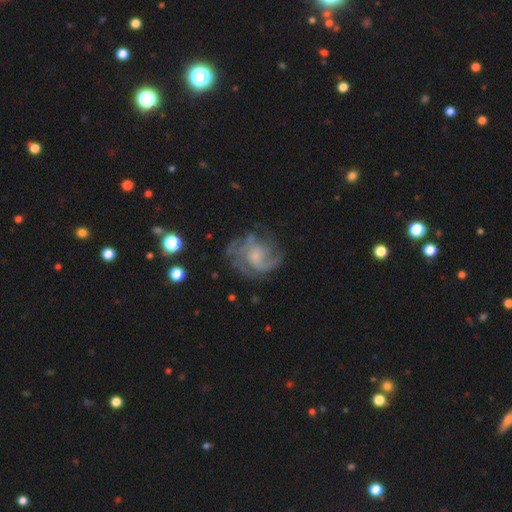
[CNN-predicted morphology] This is likely a featured or disk galaxy (79%). It is clearly not viewed edge-on (98%). Bar: likely no (67%). Spiral arm pattern: clearly yes (92%). Spiral arm count: marginally can't tell (31%). Spiral winding: marginally medium (44%). Central bulge: marginally small (43%). Merging: likely none (64%).